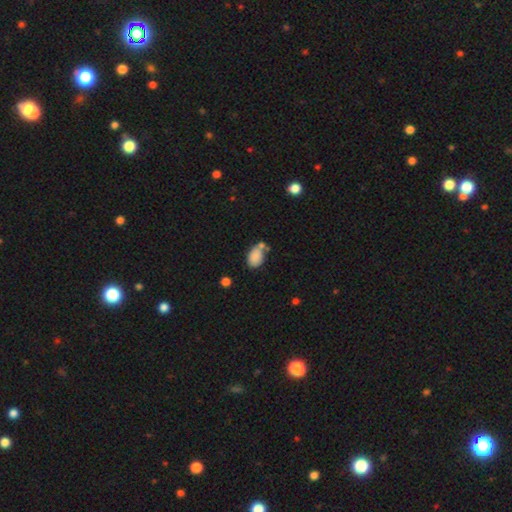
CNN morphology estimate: Overall: smooth (84%). How rounded: in between (84%). Merging: none (48%; merger 26%).